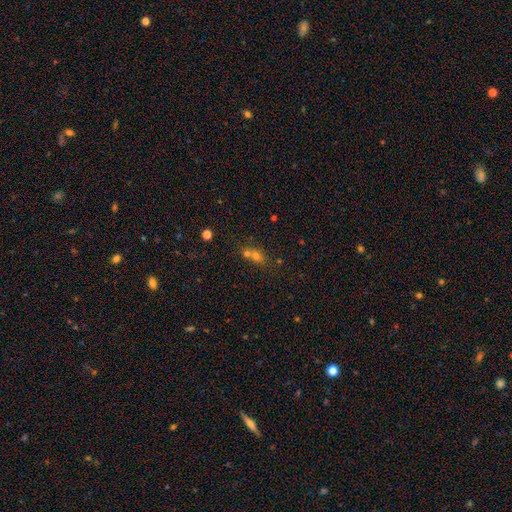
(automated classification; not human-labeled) Smooth or featured: smooth — 60% (star or artifact — 26%)
How rounded: round — 53% (in between — 42%)
Merging: merger — 46% (none — 42%)